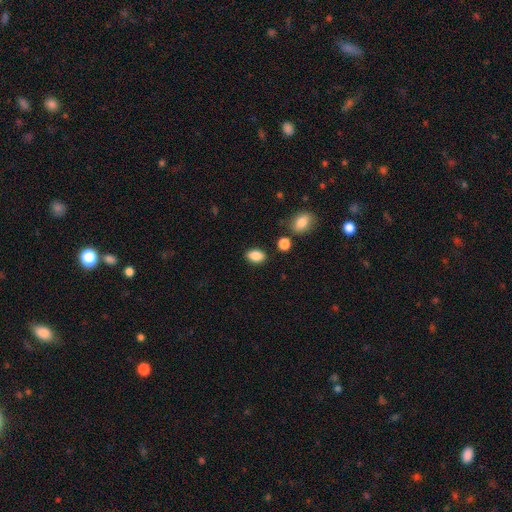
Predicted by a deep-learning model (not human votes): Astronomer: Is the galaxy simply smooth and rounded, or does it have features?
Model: smooth — 87%.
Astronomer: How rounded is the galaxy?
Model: in between — 84%.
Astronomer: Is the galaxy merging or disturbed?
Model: none — 84%.